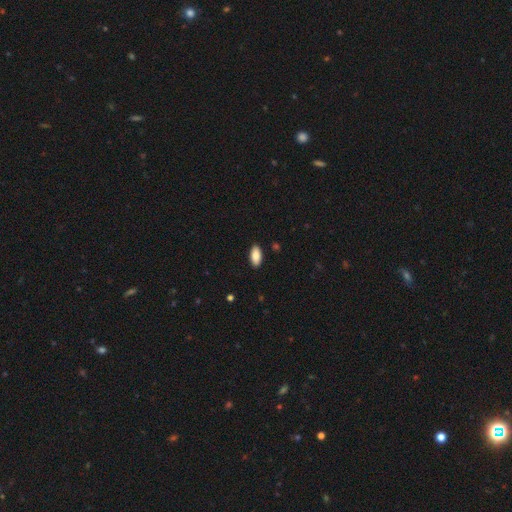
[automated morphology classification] A smooth galaxy with no disk features (89%) that is in between round and cigar-shaped (92%). Merging: none (89%).